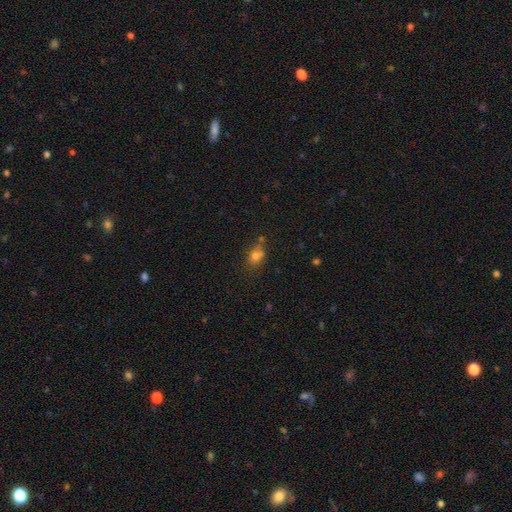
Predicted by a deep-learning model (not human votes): This is likely a smooth galaxy (73%). How rounded: possibly round (50%). Merging: possibly none (51%).